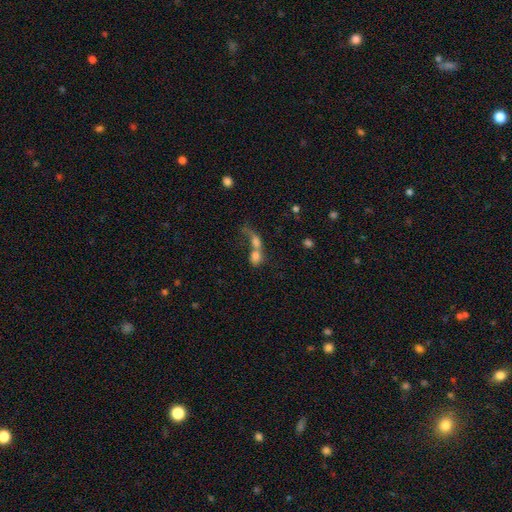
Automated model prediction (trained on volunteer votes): The model was most divided on "how rounded": in between: 53%, round: 42%, cigar-shaped: 5%. More confident: merging — merger (73%); smooth or featured — smooth (70%).